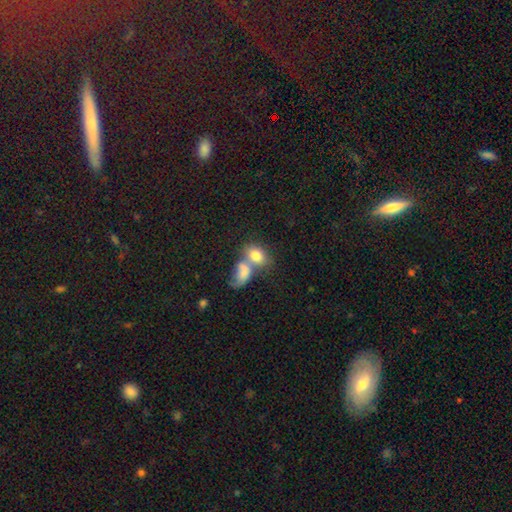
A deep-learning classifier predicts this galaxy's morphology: smooth-or-featured: smooth: 77% | featured or disk: 14% | star or artifact: 9%
  how-rounded: in between: 72% | round: 26% | cigar-shaped: 2%
  merging: merger: 63% | none: 22% | minor disturbance: 8% | major disturbance: 7%